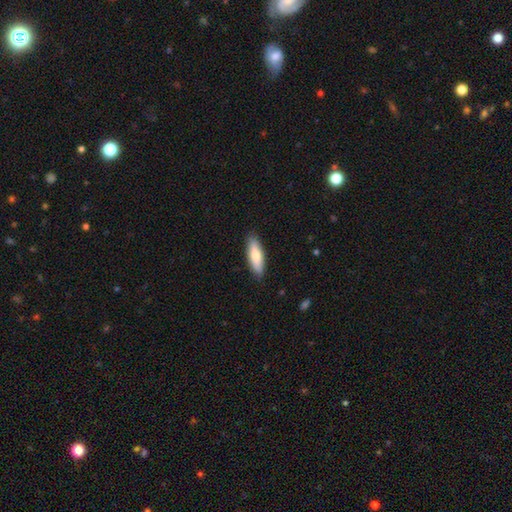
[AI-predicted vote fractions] This appears to be a smooth galaxy with no disk features (74%) that is in between round and cigar-shaped (50%). Merging: none (88%).